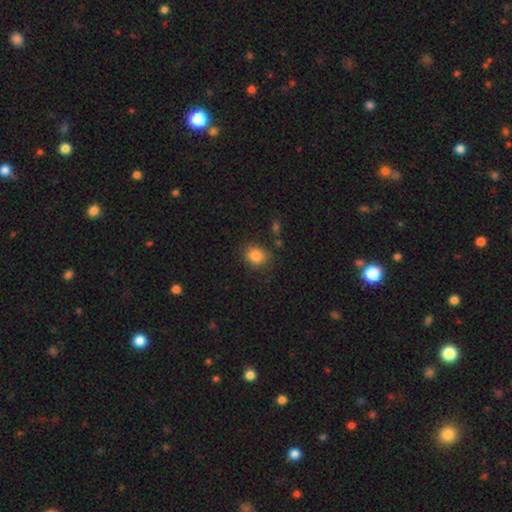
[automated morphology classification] type=smooth (85%); roundness=round (58%); merging=none (79%).